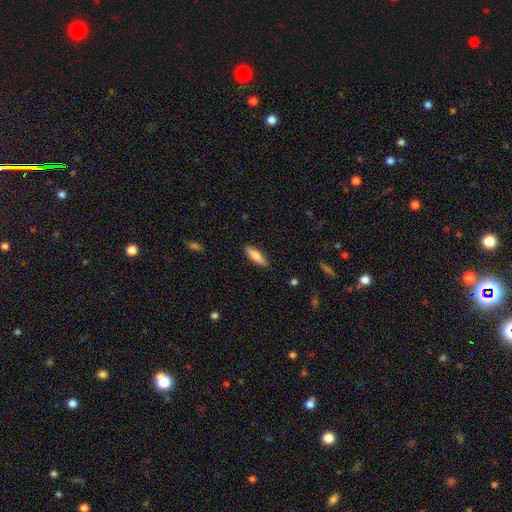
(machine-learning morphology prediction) Overall: smooth (77%). How rounded: cigar-shaped (60%; in between 38%). Merging: none (87%).